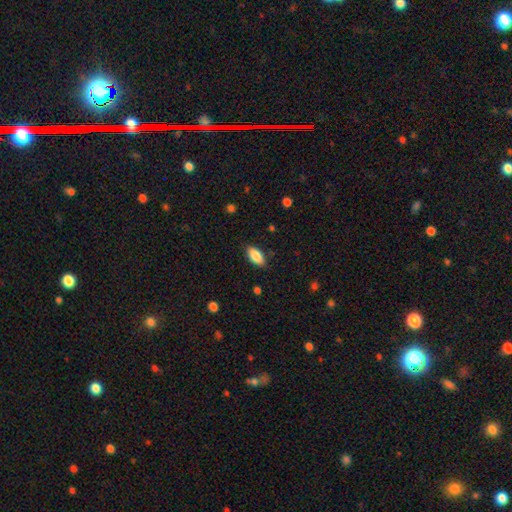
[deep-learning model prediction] This is clearly a smooth galaxy (87%). How rounded: clearly in between (91%). Merging: clearly none (86%).